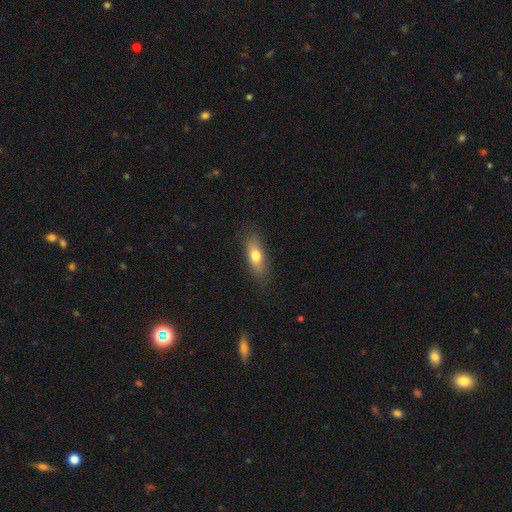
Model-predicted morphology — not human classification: Smooth or featured: smooth — 72% (featured or disk — 21%)
How rounded: in between — 63% (cigar-shaped — 32%)
Merging: none — 81% (minor disturbance — 14%)